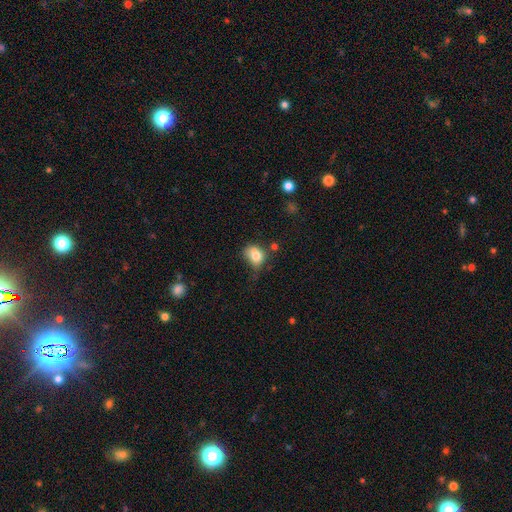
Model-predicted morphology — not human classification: This appears to be a smooth galaxy with no disk features (76%) that is in between round and cigar-shaped (53%). Merging: none (34%).